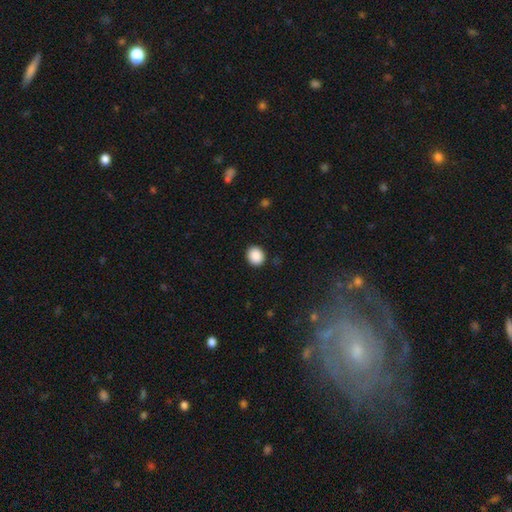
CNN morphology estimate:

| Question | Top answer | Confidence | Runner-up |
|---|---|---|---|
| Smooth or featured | smooth | 89% | star or artifact (8%) |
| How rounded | round | 73% | in between (26%) |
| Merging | none | 91% | minor disturbance (6%) |